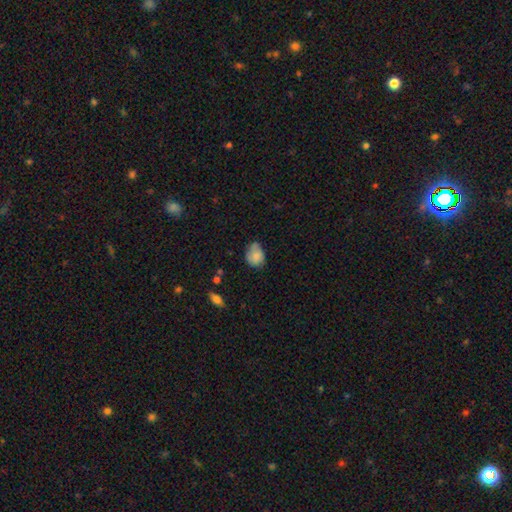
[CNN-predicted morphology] smooth_or_featured: smooth (p=0.79) [alt: featured or disk p=0.13]
how_rounded: in between (p=0.59) [alt: round p=0.40]
merging: none (p=0.48) [alt: minor disturbance p=0.39]